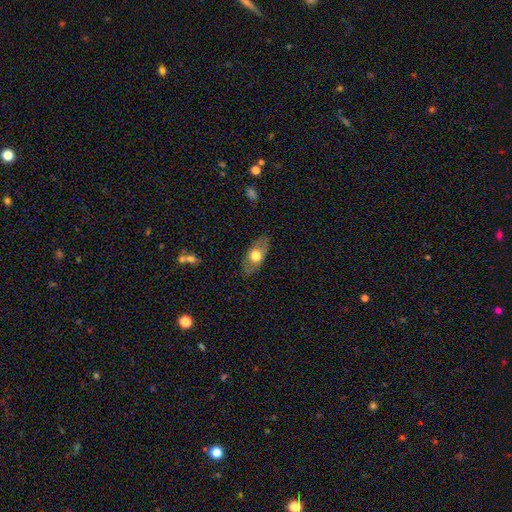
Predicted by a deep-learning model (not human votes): A smooth galaxy with no disk features (59%) that is in between round and cigar-shaped (87%).

Vote fractions:
- Smooth or featured? smooth: 59% / featured or disk: 35% / star or artifact: 6%
- How rounded? in between: 87% / round: 7% / cigar-shaped: 6%
- Merging? none: 81% / minor disturbance: 14% / major disturbance: 4% / merger: 1%